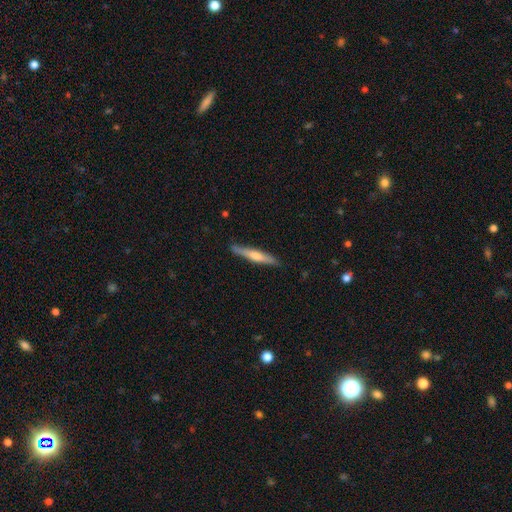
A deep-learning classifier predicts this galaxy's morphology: Smooth or featured? Predicted: featured or disk (p=0.57). Edge-on disk? Predicted: yes (p=0.96). Edge-on bulge? Predicted: rounded (p=0.78). Merging? Predicted: none (p=0.89).